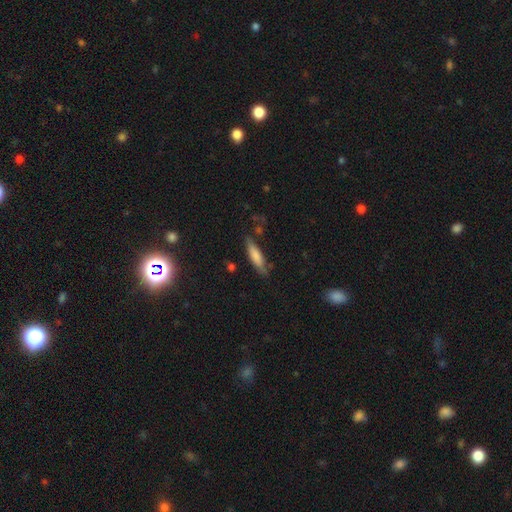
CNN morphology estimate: smooth_or_featured: smooth (p=0.75) [alt: featured or disk p=0.19]
how_rounded: cigar-shaped (p=0.70) [alt: in between p=0.29]
merging: none (p=0.73) [alt: minor disturbance p=0.19]